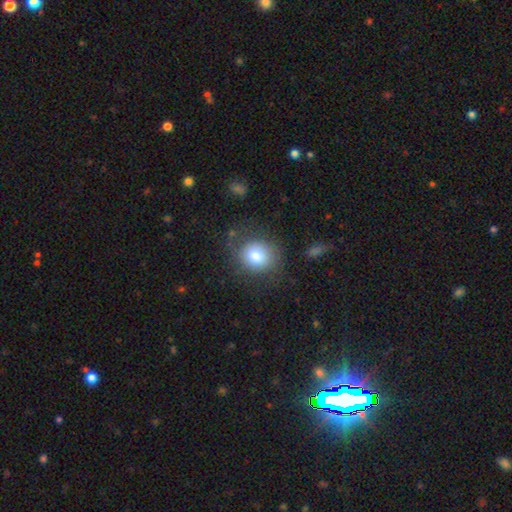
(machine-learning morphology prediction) This appears to be a smooth galaxy with no disk features (81%) that is round (78%). Merging: none (72%).